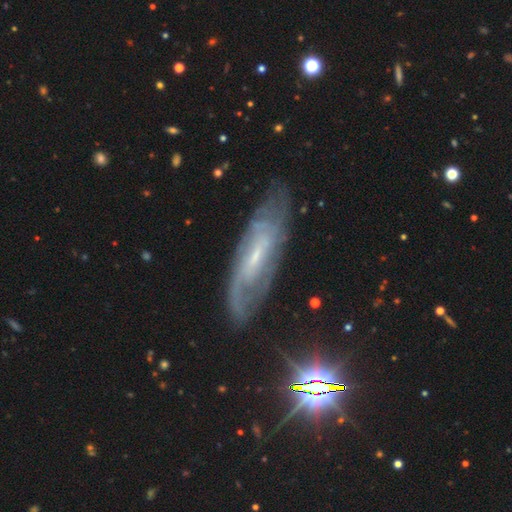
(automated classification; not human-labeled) Q: Smooth or featured?
A: featured or disk (75%); runner-up: smooth (14%)
Q: Edge-on disk?
A: no (81%); runner-up: yes (19%)
Q: Bar?
A: weak (49%); runner-up: no (32%)
Q: Spiral arms?
A: yes (88%); runner-up: no (12%)
Q: Spiral winding?
A: tight (50%); runner-up: medium (36%)
Q: Spiral arm count?
A: can't tell (53%); runner-up: 2 (28%)
Q: Bulge size?
A: small (68%); runner-up: moderate (20%)
Q: Merging?
A: none (72%); runner-up: minor disturbance (19%)